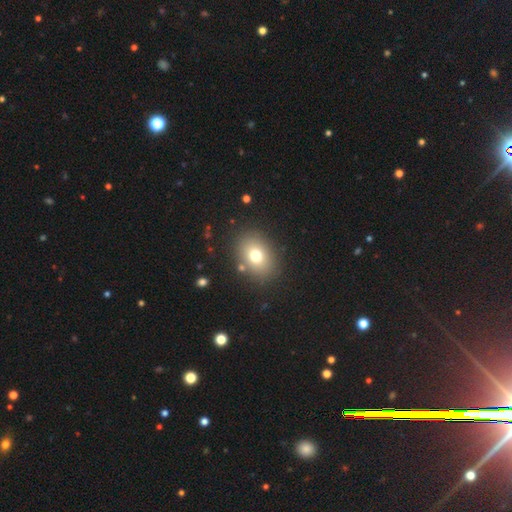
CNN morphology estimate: This appears to be a smooth galaxy with no disk features (74%) that is in between round and cigar-shaped (65%). Merging: none (85%).